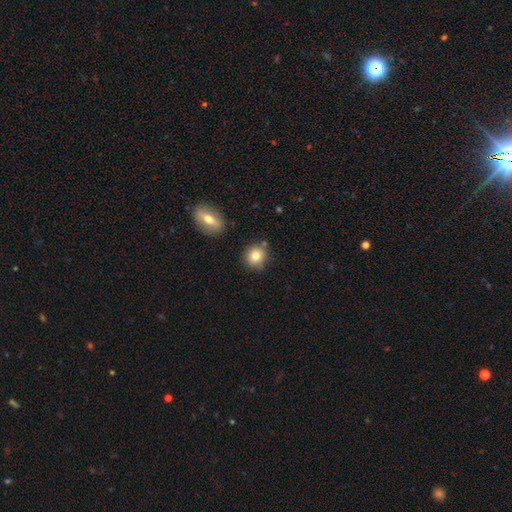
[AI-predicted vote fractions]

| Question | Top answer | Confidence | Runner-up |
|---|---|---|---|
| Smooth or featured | smooth | 79% | featured or disk (10%) |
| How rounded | round | 85% | in between (14%) |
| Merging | none | 79% | minor disturbance (12%) |